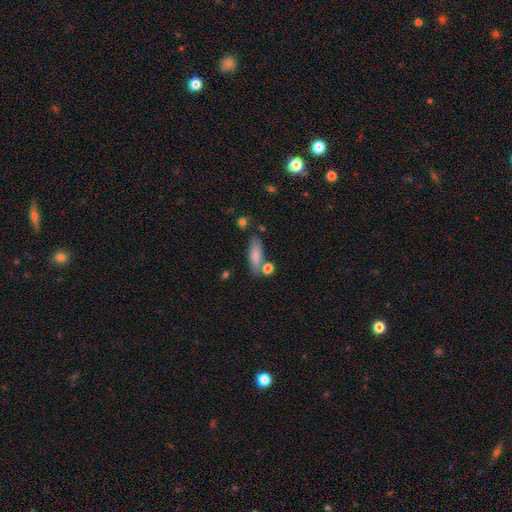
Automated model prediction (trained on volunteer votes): This is likely a smooth galaxy (77%). How rounded: possibly in between (57%). Merging: likely none (64%).